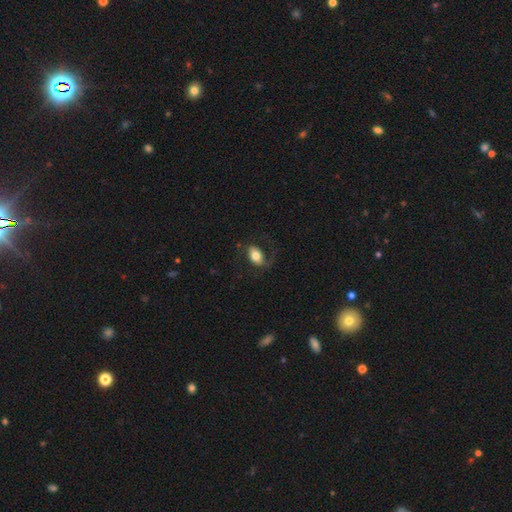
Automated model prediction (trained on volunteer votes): Smooth or featured: smooth — 61% (featured or disk — 32%)
How rounded: in between — 87% (round — 11%)
Merging: none — 65% (minor disturbance — 18%)